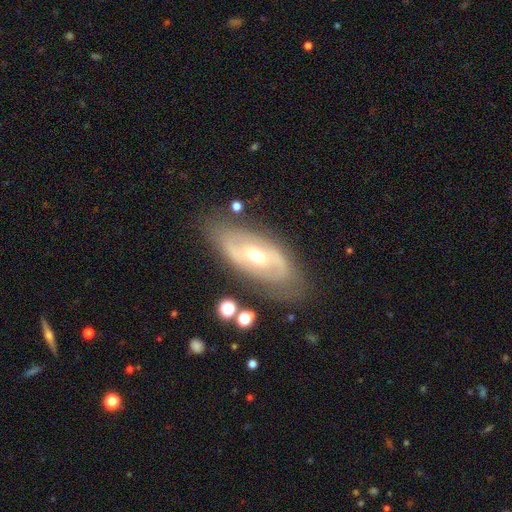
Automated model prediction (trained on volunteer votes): featured or disk 76%, smooth 18%, star or artifact 6%. Down the decision tree: edge-on disk — no (90%); bar — no (43%); spiral arms — yes (67%); bulge size — moderate (67%); merging — none (77%).